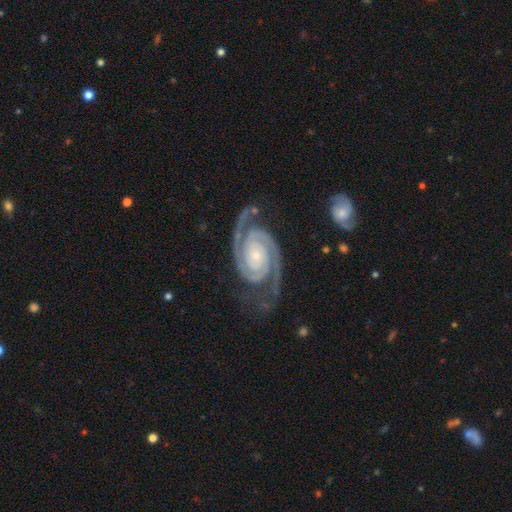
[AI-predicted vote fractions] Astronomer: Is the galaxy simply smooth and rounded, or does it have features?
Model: featured or disk — 94%.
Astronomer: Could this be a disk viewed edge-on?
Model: no — 98%.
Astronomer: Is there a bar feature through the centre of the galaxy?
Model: no — 66%.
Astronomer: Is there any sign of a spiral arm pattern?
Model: yes — 99%.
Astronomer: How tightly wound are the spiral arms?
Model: tight — 67%.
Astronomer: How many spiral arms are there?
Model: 2 — 93%.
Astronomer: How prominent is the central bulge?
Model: small — 69%.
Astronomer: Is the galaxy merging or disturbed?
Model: none — 77%.